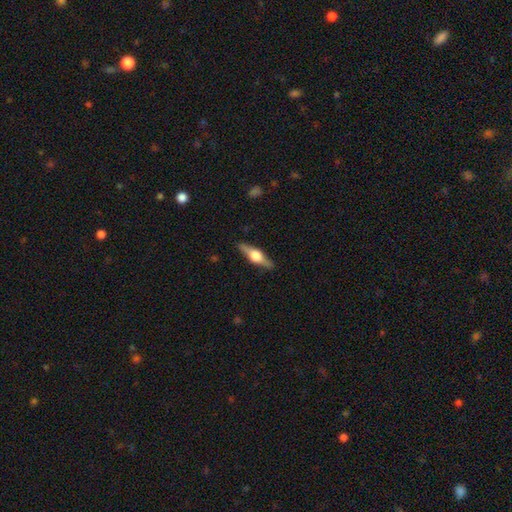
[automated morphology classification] smooth_or_featured: featured or disk (p=0.70) [alt: smooth p=0.24]
disk_edge_on: yes (p=0.97) [alt: no p=0.03]
edge_on_bulge: rounded (p=0.93) [alt: boxy p=0.05]
merging: none (p=0.88) [alt: minor disturbance p=0.08]